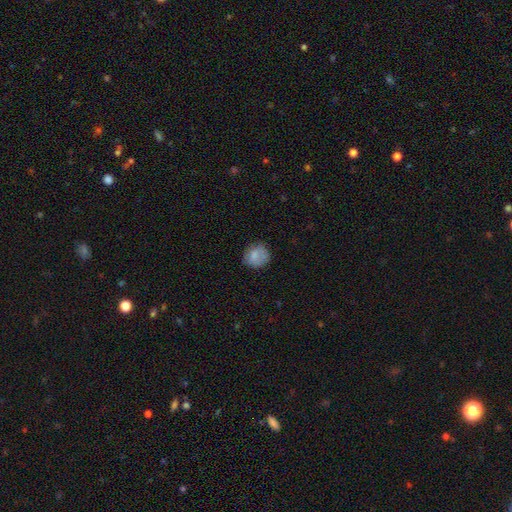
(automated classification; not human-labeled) Overall: smooth (79%). How rounded: round (78%). Merging: none (71%).